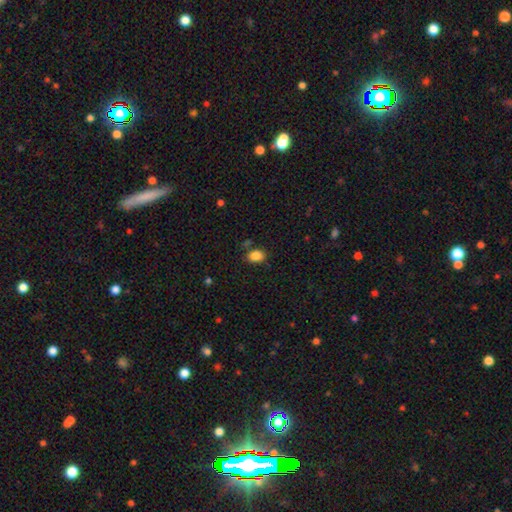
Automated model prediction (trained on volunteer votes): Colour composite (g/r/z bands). It shows a smooth galaxy with no disk features (86%) that is in between round and cigar-shaped (73%). Merging: none (78%).